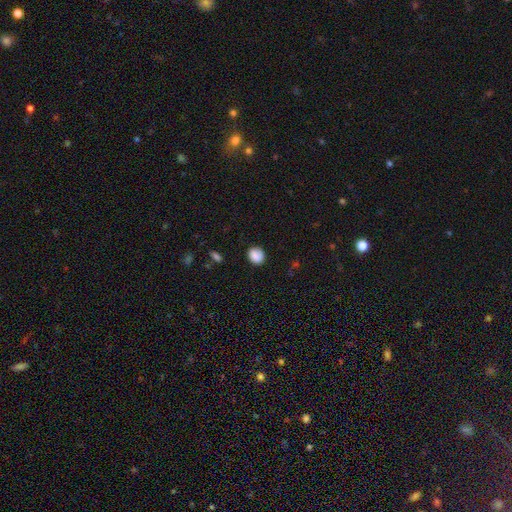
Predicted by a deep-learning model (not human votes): Smooth or featured? Predicted: smooth (p=0.87). How rounded? Predicted: round (p=0.70). Merging? Predicted: none (p=0.82).